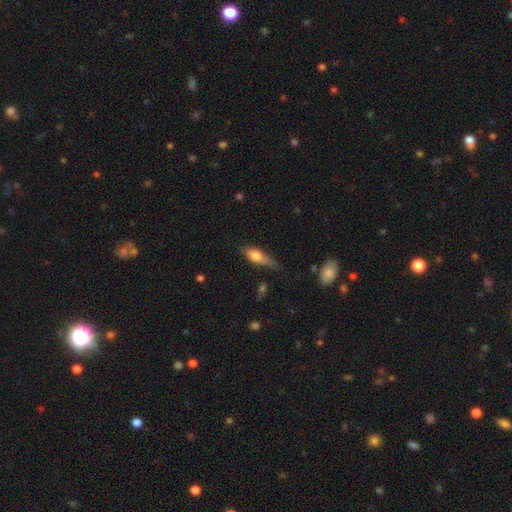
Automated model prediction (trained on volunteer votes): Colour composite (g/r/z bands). It shows a smooth galaxy with no disk features (63%) that is in between round and cigar-shaped (52%). Merging: none (54%).